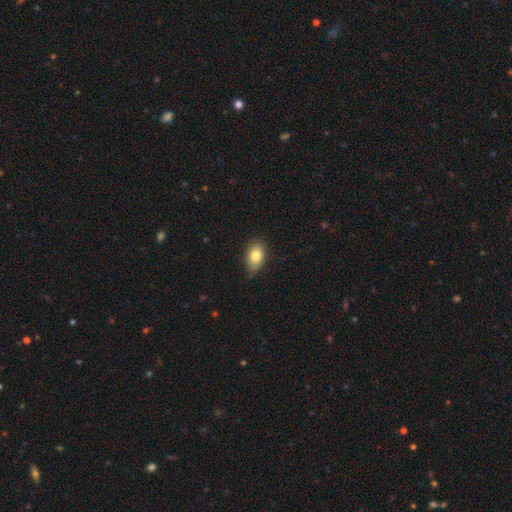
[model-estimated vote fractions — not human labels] Morphology: type=smooth (81%); roundness=in between (86%); merging=none (81%).